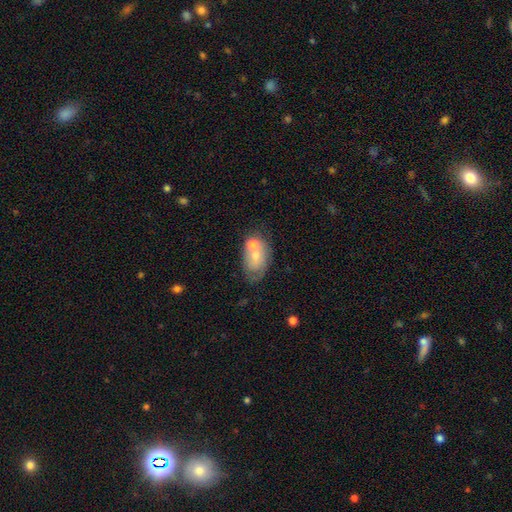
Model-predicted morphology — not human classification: type=smooth (58%); roundness=in between (83%); merging=merger (38%).